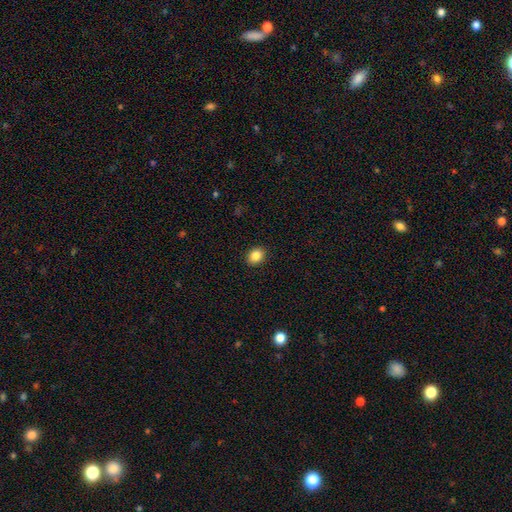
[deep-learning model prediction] This is clearly a smooth galaxy (85%). How rounded: possibly in between (50%). Merging: clearly none (91%).